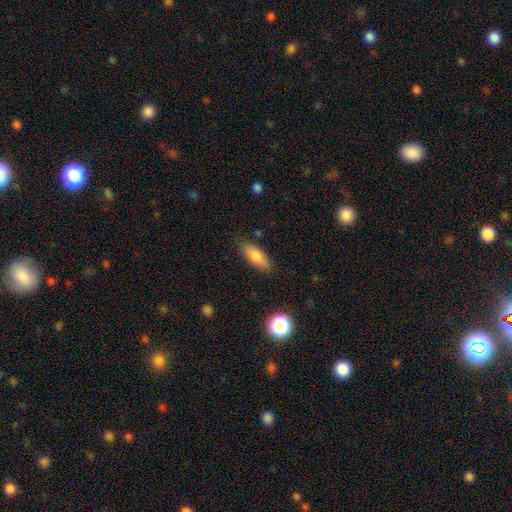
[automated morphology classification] type=smooth (81%); roundness=in between (76%); merging=none (84%).